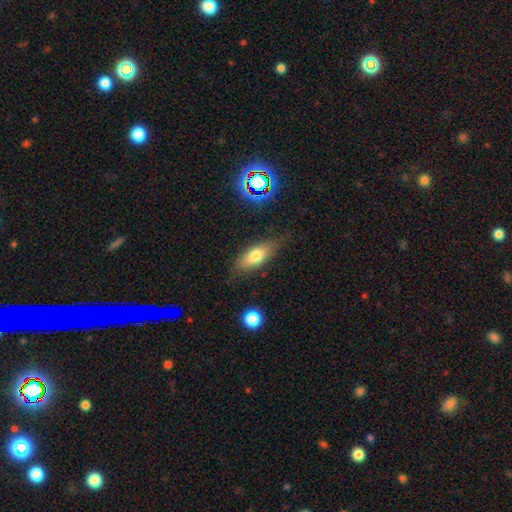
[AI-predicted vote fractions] smooth_or_featured: smooth (p=0.69) [alt: featured or disk p=0.22]
how_rounded: in between (p=0.74) [alt: cigar-shaped p=0.22]
merging: none (p=0.72) [alt: minor disturbance p=0.20]